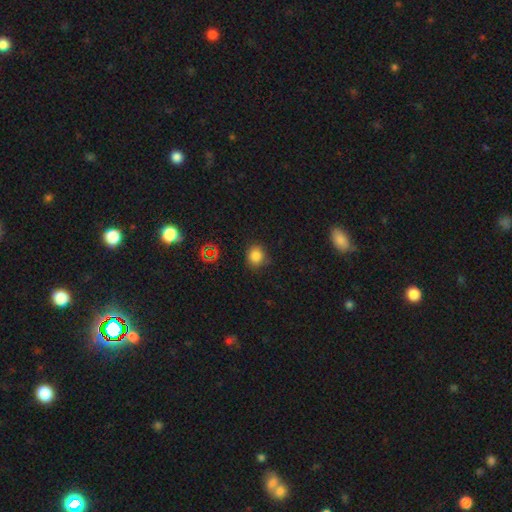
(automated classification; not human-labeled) smooth 80%, star or artifact 15%, featured or disk 5%. Down the decision tree: how rounded — round (79%); merging — none (81%).